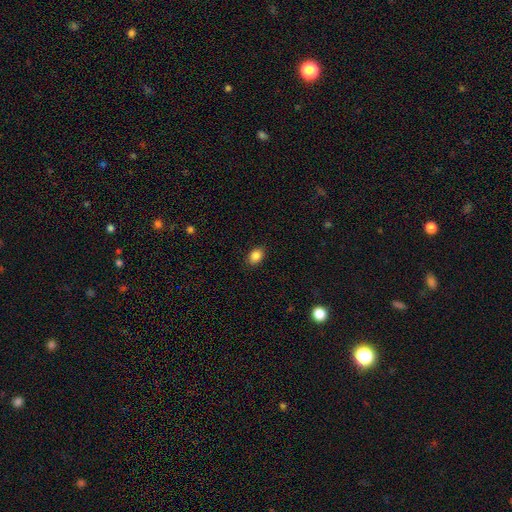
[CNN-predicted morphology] Q: Smooth or featured?
A: smooth (86%); runner-up: star or artifact (9%)
Q: How rounded?
A: in between (74%); runner-up: round (25%)
Q: Merging?
A: none (88%); runner-up: minor disturbance (9%)